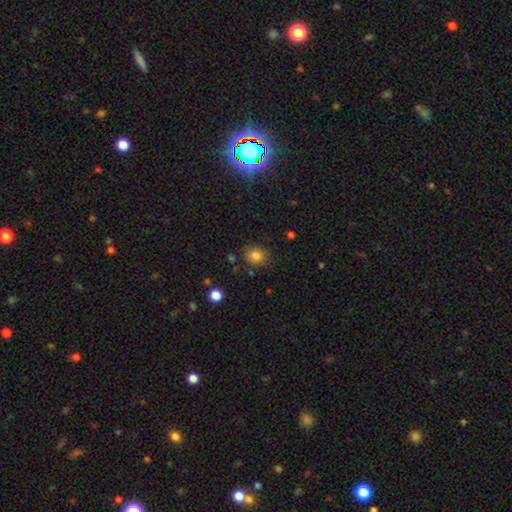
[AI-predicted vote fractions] Smooth or featured: smooth — 82% (star or artifact — 12%)
How rounded: round — 73% (in between — 27%)
Merging: none — 82% (minor disturbance — 12%)